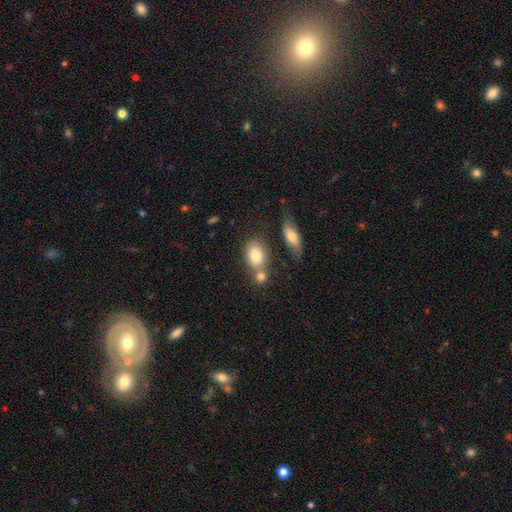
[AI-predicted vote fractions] smooth-or-featured: smooth: 80% | featured or disk: 12% | star or artifact: 8%
  how-rounded: in between: 79% | round: 18% | cigar-shaped: 3%
  merging: none: 48% | merger: 34% | minor disturbance: 13% | major disturbance: 5%